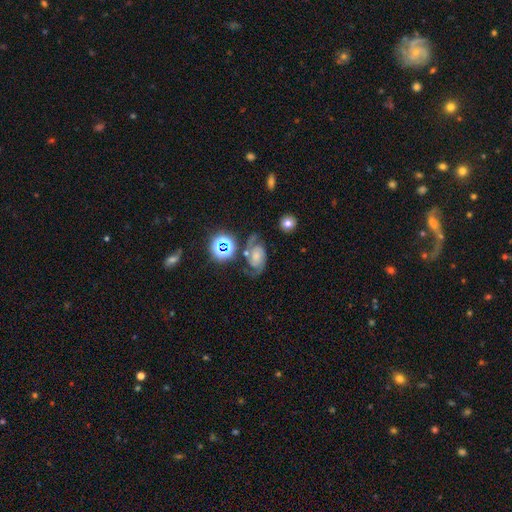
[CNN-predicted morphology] Smooth or featured: featured or disk — 72% (smooth — 14%)
Edge-on disk: no — 97% (yes — 3%)
Bar: no — 63% (weak — 28%)
Spiral arms: yes — 96% (no — 4%)
Spiral winding: medium — 51% (tight — 31%)
Spiral arm count: 2 — 89% (can't tell — 5%)
Bulge size: small — 34% (moderate — 28%)
Merging: none — 62% (minor disturbance — 20%)